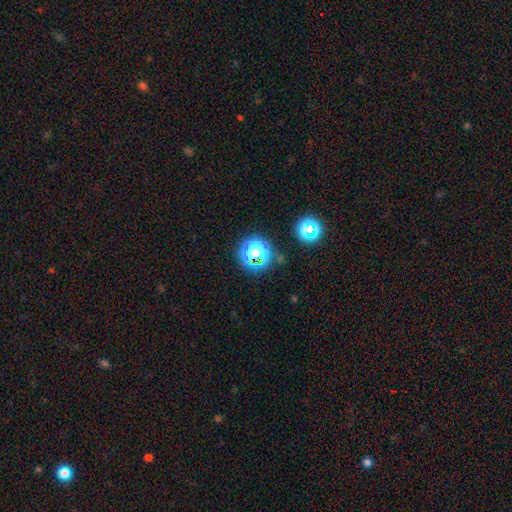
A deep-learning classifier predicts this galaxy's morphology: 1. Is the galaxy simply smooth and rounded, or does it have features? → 46% star or artifact, 42% smooth, 12% featured or disk.